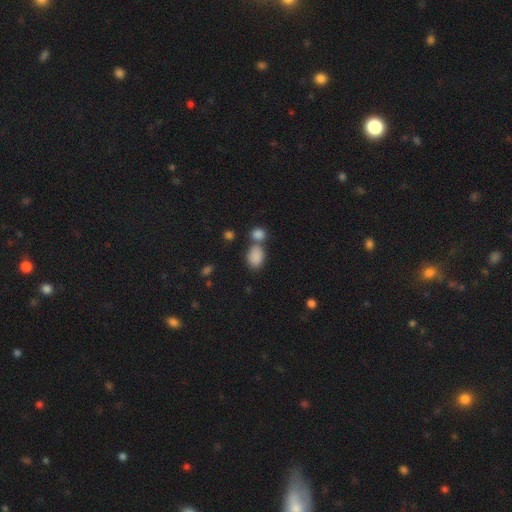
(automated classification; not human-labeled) This appears to be a smooth galaxy with no disk features (86%) that is in between round and cigar-shaped (80%). Merging: none (47%).